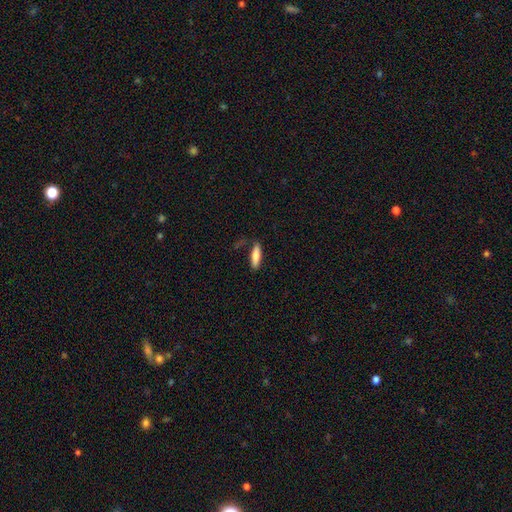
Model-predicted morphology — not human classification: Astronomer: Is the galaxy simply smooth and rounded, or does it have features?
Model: smooth — 82%.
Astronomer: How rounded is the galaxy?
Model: cigar-shaped — 66%.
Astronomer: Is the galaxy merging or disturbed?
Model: none — 78%.